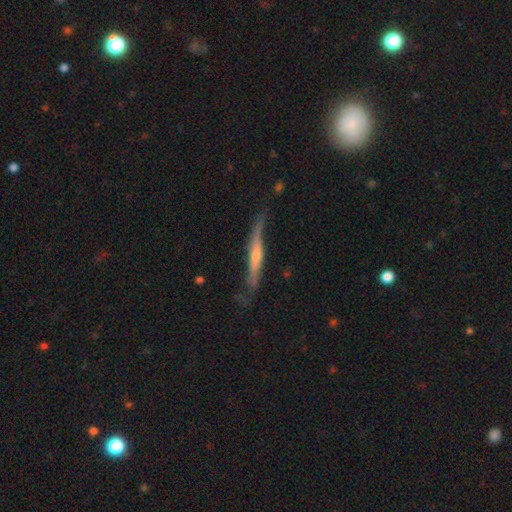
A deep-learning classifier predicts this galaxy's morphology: This appears to be a featured or disk galaxy (65%) viewed edge-on (84%) with a rounded central bulge (58%). Merging: none (54%).